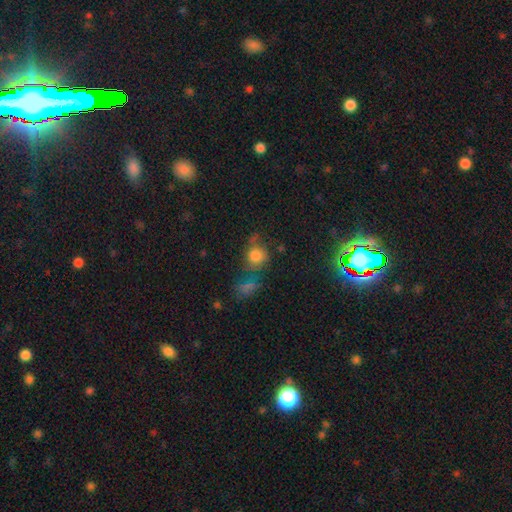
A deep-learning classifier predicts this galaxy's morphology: smooth 75%, star or artifact 13%, featured or disk 12%. Down the decision tree: how rounded — round (74%); merging — none (48%).